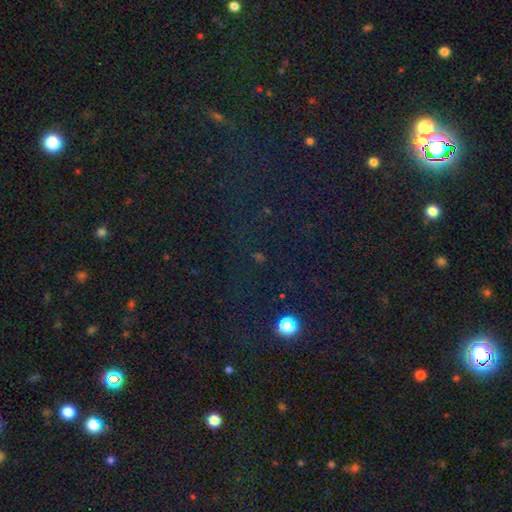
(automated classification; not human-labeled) This appears to be a star or artifact, not a galaxy (75%).